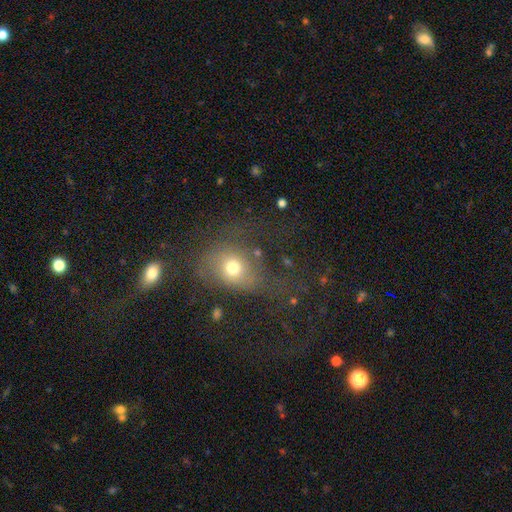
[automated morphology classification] Smooth or featured? smooth (51%)
How rounded? round (61%)
Merging? major disturbance (44%)